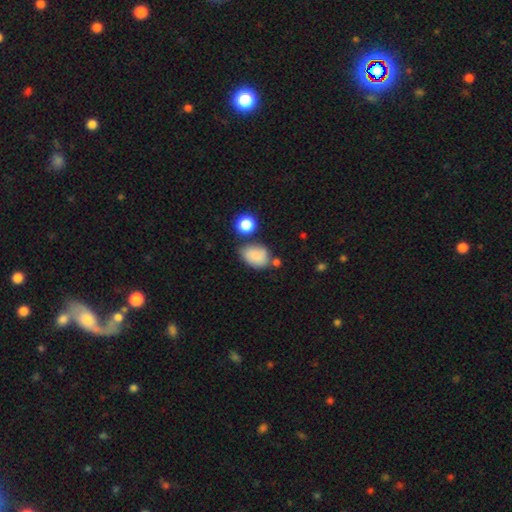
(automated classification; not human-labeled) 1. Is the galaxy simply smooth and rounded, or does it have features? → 83% smooth, 9% star or artifact, 8% featured or disk.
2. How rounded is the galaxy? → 78% in between, 20% round, 1% cigar-shaped.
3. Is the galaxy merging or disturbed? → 56% none, 24% minor disturbance, 14% merger, 7% major disturbance.